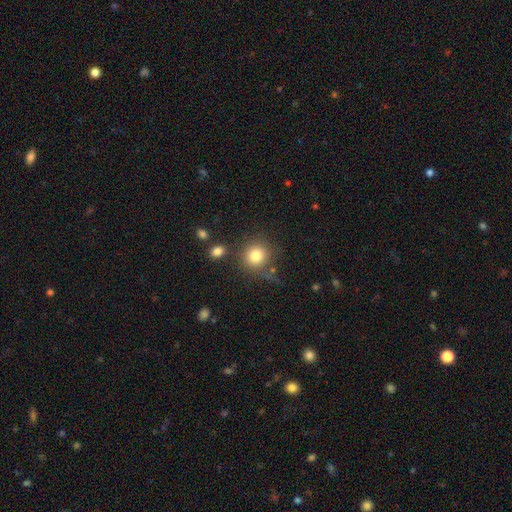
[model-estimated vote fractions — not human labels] smooth-or-featured: smooth: 81% | star or artifact: 11% | featured or disk: 8%
  how-rounded: round: 89% | in between: 10% | cigar-shaped: 1%
  merging: none: 75% | minor disturbance: 12% | merger: 8% | major disturbance: 5%